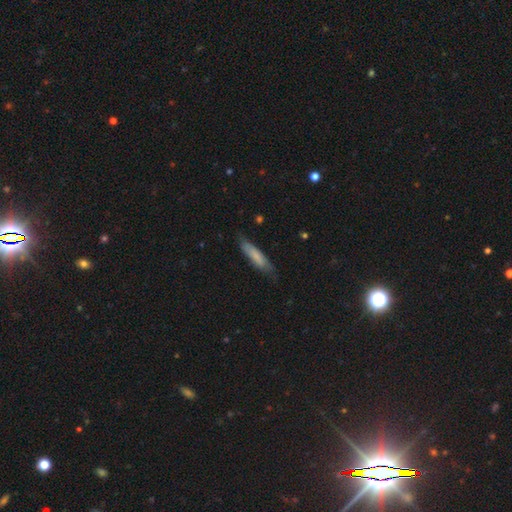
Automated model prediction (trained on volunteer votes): Smooth or featured? Predicted: smooth (p=0.71). How rounded? Predicted: cigar-shaped (p=0.77). Merging? Predicted: none (p=0.72).